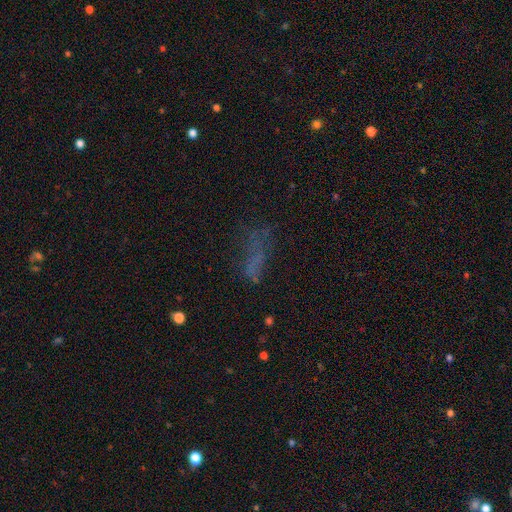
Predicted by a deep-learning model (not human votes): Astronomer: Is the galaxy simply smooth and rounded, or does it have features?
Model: smooth — 45% (runner-up: star or artifact, 29%).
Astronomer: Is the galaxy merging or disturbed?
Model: none — 46% (runner-up: major disturbance, 29%).